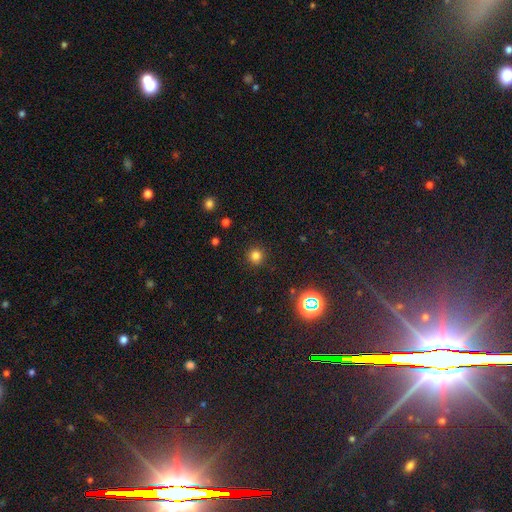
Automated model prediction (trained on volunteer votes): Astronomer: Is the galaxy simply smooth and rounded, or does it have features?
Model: smooth — 78%.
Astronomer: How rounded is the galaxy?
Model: round — 93%.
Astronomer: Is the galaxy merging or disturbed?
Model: none — 90%.